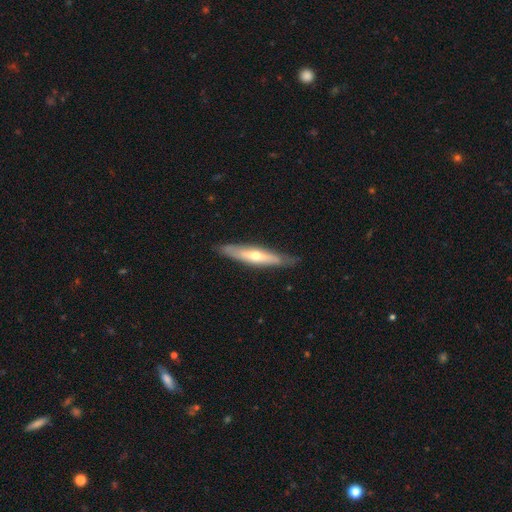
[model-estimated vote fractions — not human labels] Overall: featured or disk (55%; smooth 40%). Edge-on disk: yes (79%). Merging: none (83%).